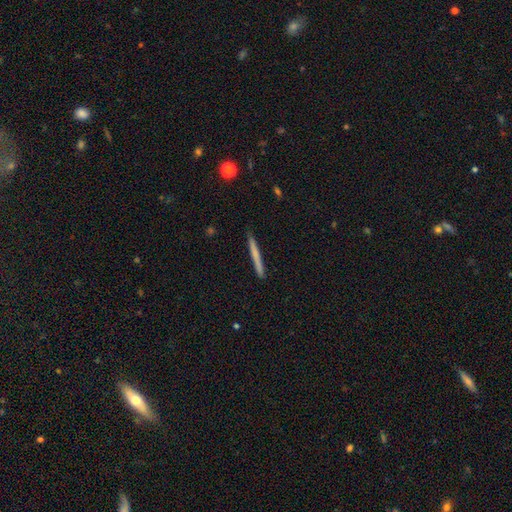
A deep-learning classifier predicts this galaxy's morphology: A smooth galaxy with no disk features (59%) that is cigar-shaped (97%). Merging: none (90%).